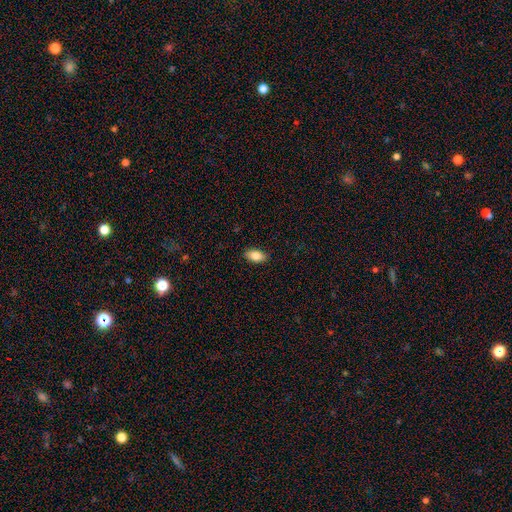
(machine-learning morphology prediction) type=smooth (85%); roundness=in between (92%); merging=none (88%).